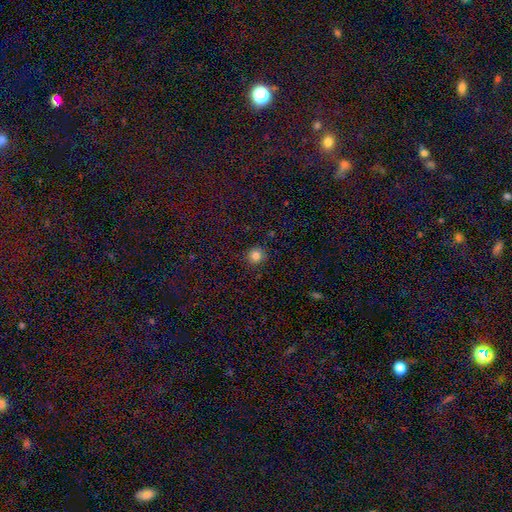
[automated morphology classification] Smooth or featured? Predicted: smooth (p=0.83). How rounded? Predicted: round (p=0.93). Merging? Predicted: none (p=0.89).